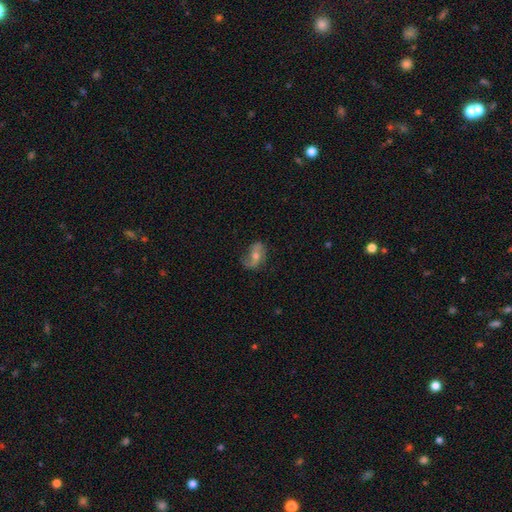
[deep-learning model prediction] A featured or disk galaxy (65%) with no bar (50%), 2 (76%) loose (52%) spiral arms (87%) and a moderate central bulge (59%). Merging: none (65%).